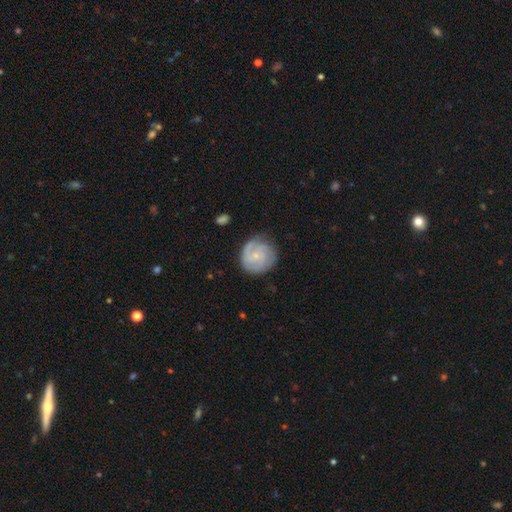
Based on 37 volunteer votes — Smooth or featured: featured or disk — 89% (smooth — 11%)
Edge-on disk: no — 100%
Bar: no — 73% (weak — 21%)
Spiral arms: yes — 91% (no — 9%)
Spiral winding: tight — 57% (medium — 40%)
Spiral arm count: 3 — 67% (can't tell — 17%)
Bulge size: small — 61% (moderate — 30%)
Merging: none — 62% (minor disturbance — 27%)